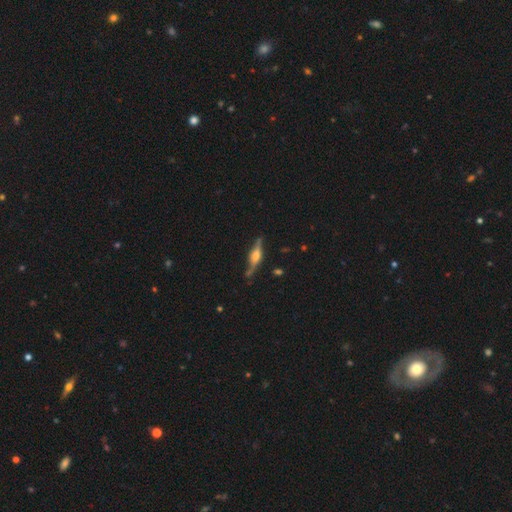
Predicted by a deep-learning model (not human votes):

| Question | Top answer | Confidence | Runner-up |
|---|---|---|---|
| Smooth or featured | featured or disk | 76% | smooth (18%) |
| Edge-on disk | yes | 93% | no (7%) |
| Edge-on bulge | rounded | 83% | boxy (14%) |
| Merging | none | 77% | minor disturbance (16%) |